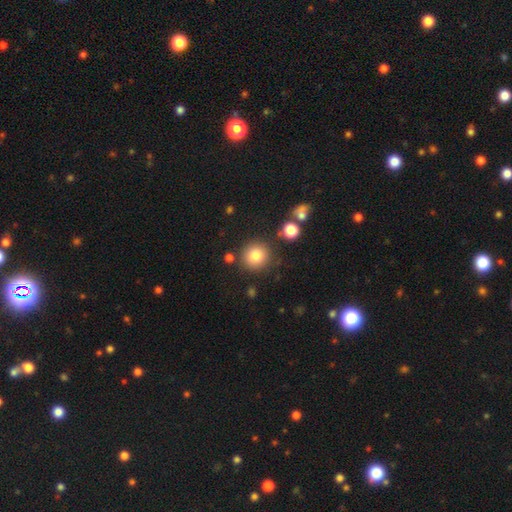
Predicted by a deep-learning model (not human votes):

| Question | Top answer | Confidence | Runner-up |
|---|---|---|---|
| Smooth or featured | smooth | 81% | star or artifact (11%) |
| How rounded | round | 93% | in between (7%) |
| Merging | none | 84% | minor disturbance (8%) |